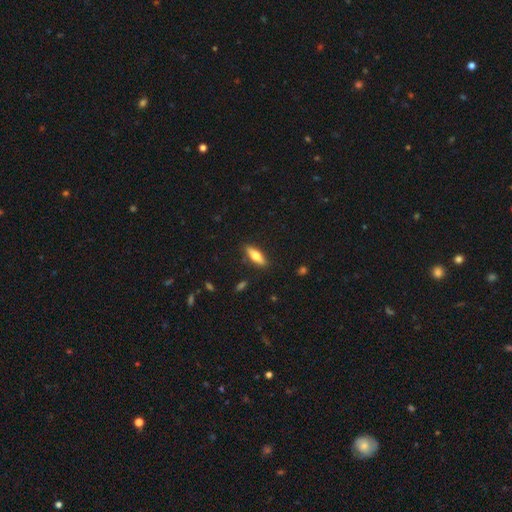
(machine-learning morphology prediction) Q: Smooth or featured?
A: smooth (62%); runner-up: featured or disk (32%)
Q: How rounded?
A: in between (51%); runner-up: cigar-shaped (47%)
Q: Merging?
A: none (88%); runner-up: minor disturbance (9%)